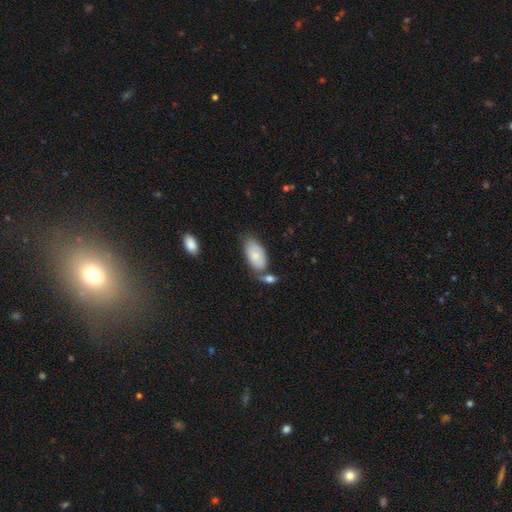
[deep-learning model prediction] This appears to be a smooth galaxy with no disk features (80%) that is in between round and cigar-shaped (95%). Merging: none (51%).